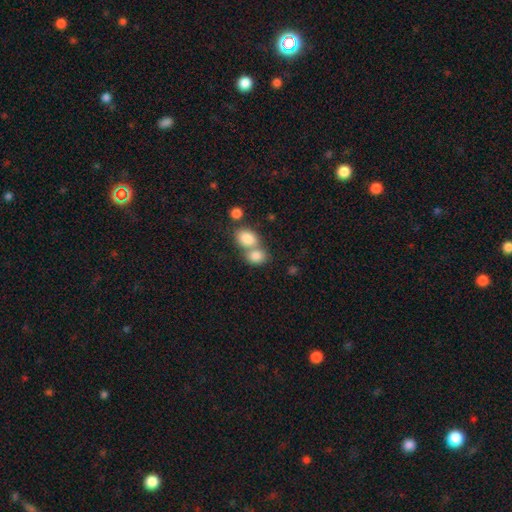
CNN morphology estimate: This is clearly a smooth galaxy (82%). How rounded: possibly in between (57%). Merging: likely merger (60%).